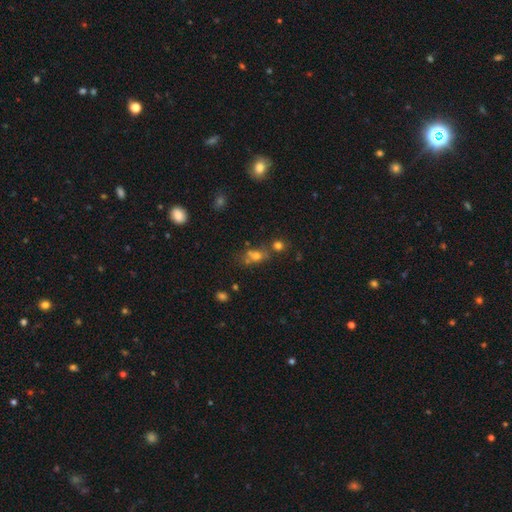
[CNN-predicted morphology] Smooth or featured?
  - smooth: 60% *
  - star or artifact: 23%
  - featured or disk: 17%
How rounded?
  - in between: 47% * (tied)
  - round: 47% * (tied)
  - cigar-shaped: 6%
Merging?
  - none: 46% *
  - merger: 33%
  - minor disturbance: 14%
  - major disturbance: 7%